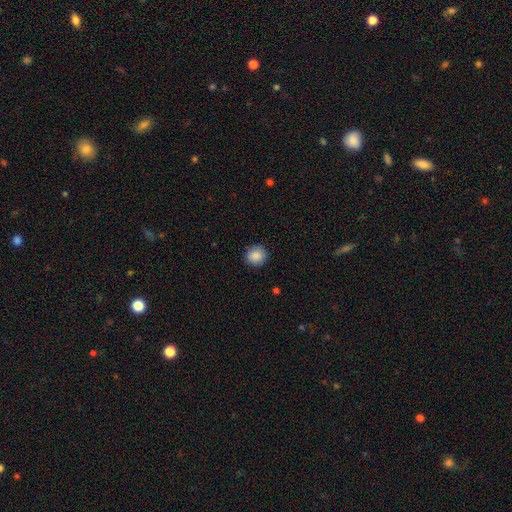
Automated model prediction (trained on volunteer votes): Q: Smooth or featured?
A: smooth (88%); runner-up: star or artifact (8%)
Q: How rounded?
A: round (89%); runner-up: in between (10%)
Q: Merging?
A: none (91%); runner-up: minor disturbance (6%)